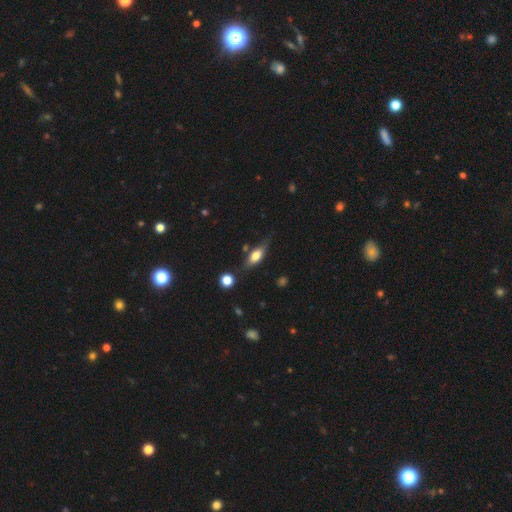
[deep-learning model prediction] Smooth or featured?
  - smooth: 65% *
  - featured or disk: 28%
  - star or artifact: 7%
How rounded?
  - in between: 69% *
  - cigar-shaped: 26%
  - round: 4%
Merging?
  - none: 67% *
  - minor disturbance: 21%
  - major disturbance: 6%
  - merger: 5%